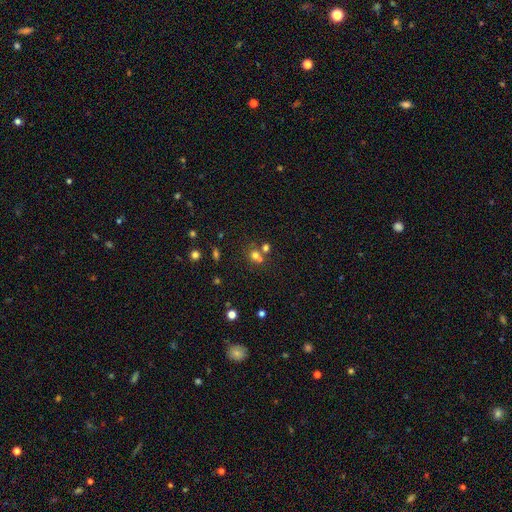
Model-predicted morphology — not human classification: Q: Smooth or featured?
A: smooth (63%); runner-up: star or artifact (23%)
Q: How rounded?
A: round (83%); runner-up: in between (16%)
Q: Merging?
A: none (49%); runner-up: merger (40%)